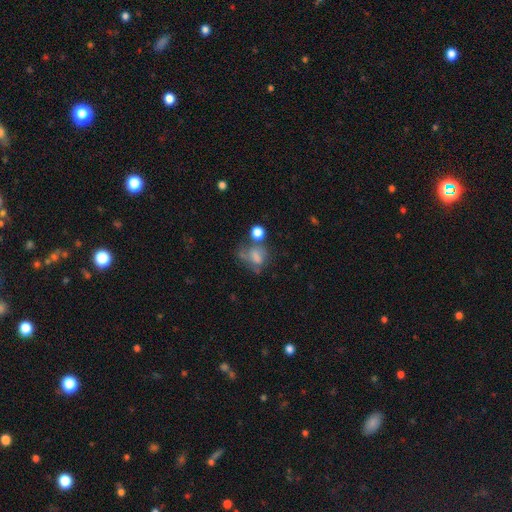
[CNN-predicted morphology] Smooth or featured?
  - smooth: 61% *
  - featured or disk: 24%
  - star or artifact: 15%
How rounded?
  - in between: 60% *
  - round: 38%
  - cigar-shaped: 2%
Merging?
  - none: 29% *
  - major disturbance: 27%
  - merger: 24%
  - minor disturbance: 20%